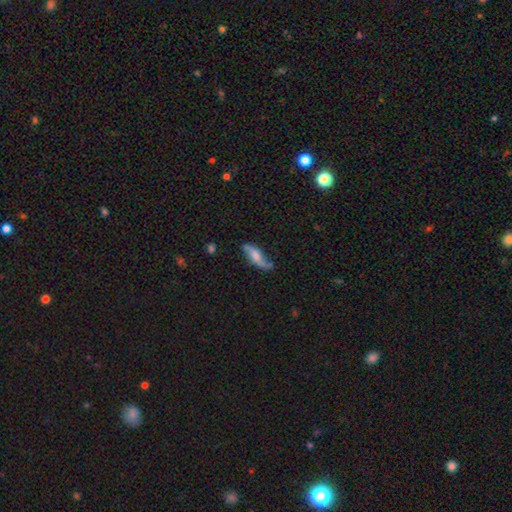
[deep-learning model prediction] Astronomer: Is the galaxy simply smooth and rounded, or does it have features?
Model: featured or disk — 54% (runner-up: smooth, 39%).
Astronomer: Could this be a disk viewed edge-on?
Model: no — 75%.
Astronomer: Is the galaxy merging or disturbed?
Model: none — 61%.